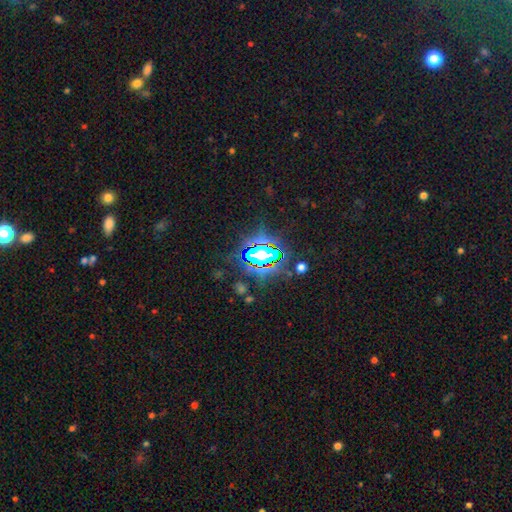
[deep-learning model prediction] smooth-or-featured: star or artifact: 77% | smooth: 13% | featured or disk: 10%